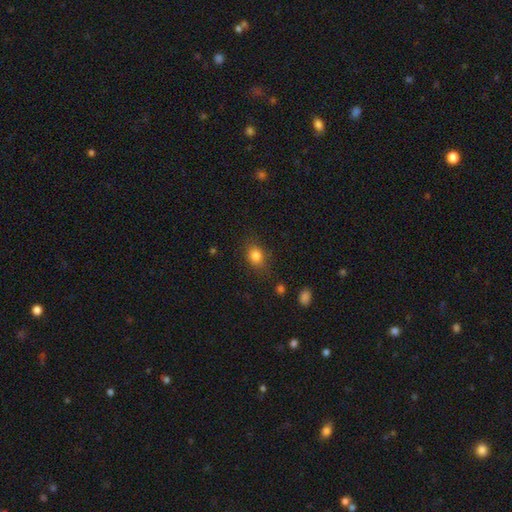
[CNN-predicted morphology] Smooth or featured? smooth (82%)
How rounded? in between (56%)
Merging? none (77%)